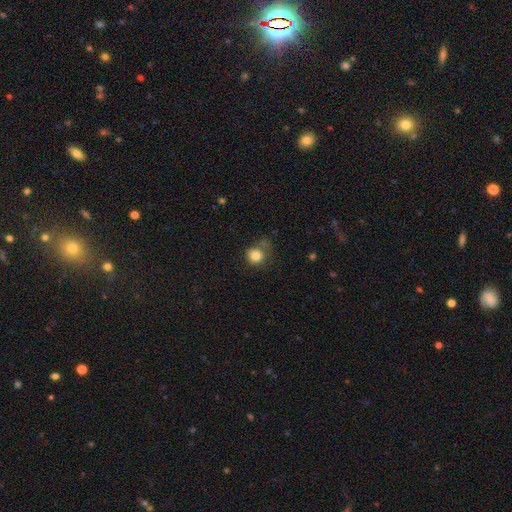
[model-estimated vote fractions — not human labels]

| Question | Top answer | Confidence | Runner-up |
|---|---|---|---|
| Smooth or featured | smooth | 82% | star or artifact (10%) |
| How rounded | round | 83% | in between (17%) |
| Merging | none | 49% | minor disturbance (27%) |